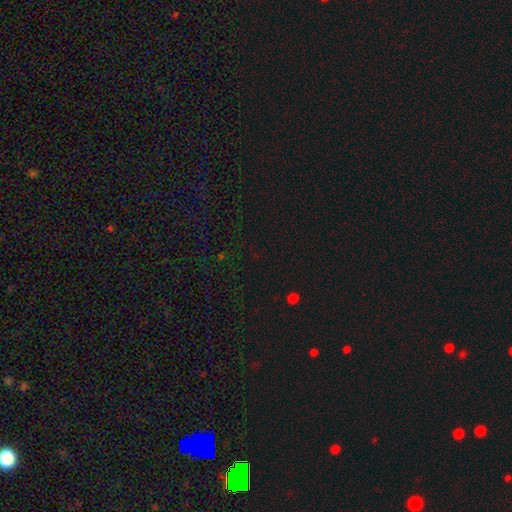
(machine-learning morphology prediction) type=star or artifact (70%).